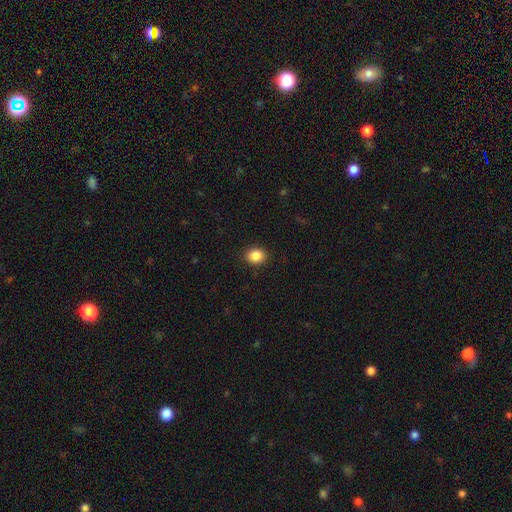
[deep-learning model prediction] Smooth or featured? smooth (86%)
How rounded? round (64%)
Merging? none (90%)